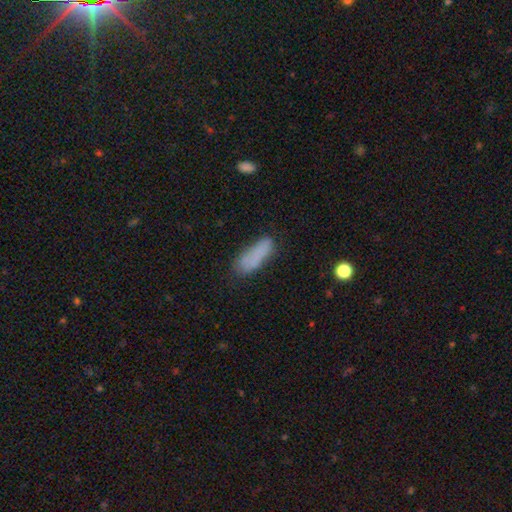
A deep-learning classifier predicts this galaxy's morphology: Overall: smooth (79%). How rounded: in between (50%; cigar-shaped 48%). Merging: none (64%).